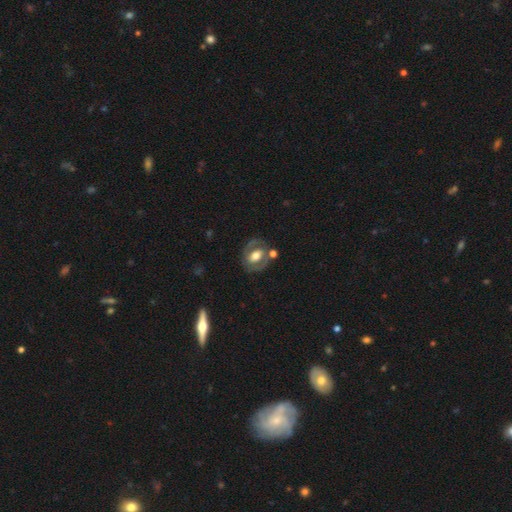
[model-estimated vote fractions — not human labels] A featured or disk galaxy (61%) with no bar (47%), spiral arms (52%) and a moderate central bulge (60%). Merging: none (67%).